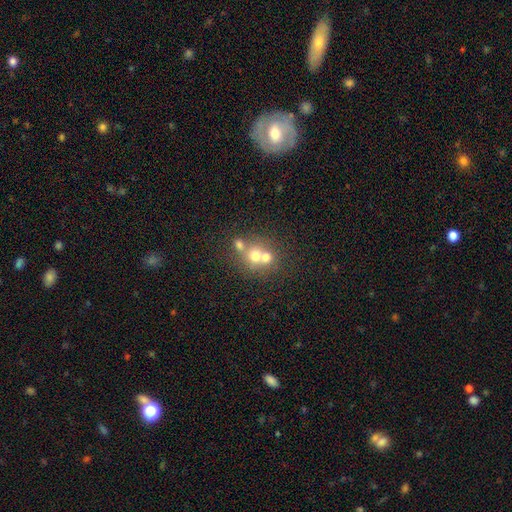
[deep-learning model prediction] This appears to be a smooth galaxy with no disk features (63%) that is round (79%). Merging: merger (59%).